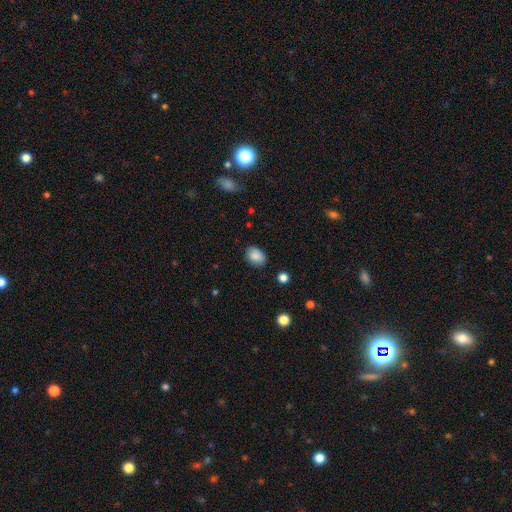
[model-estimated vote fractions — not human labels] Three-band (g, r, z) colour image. It shows a smooth galaxy with no disk features (86%) that is in between round and cigar-shaped (73%). Merging: none (81%).